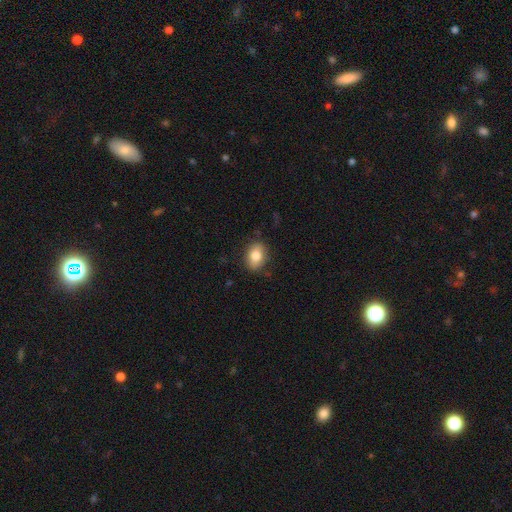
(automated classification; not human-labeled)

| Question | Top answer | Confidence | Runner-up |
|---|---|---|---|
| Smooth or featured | smooth | 81% | featured or disk (11%) |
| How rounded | in between | 78% | round (21%) |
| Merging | none | 82% | minor disturbance (14%) |